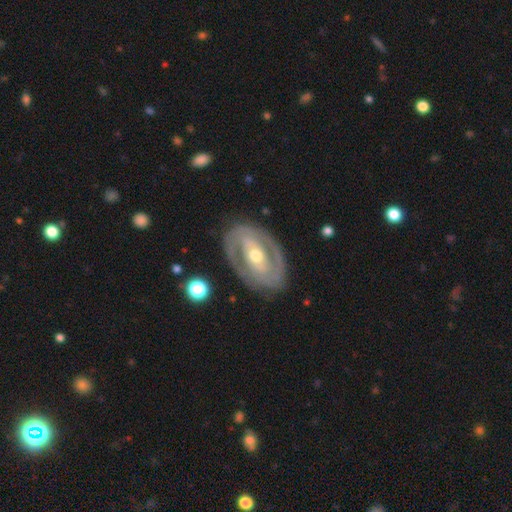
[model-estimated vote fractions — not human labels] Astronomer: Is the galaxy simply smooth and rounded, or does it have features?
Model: featured or disk — 83%.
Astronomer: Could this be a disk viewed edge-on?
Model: no — 95%.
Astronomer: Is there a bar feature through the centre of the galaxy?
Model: strong — 34%, tied with weak at 34%.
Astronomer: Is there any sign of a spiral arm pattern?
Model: yes — 75%.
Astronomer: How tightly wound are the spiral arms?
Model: tight — 55% (runner-up: medium, 34%).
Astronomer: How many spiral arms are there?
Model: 2 — 78%.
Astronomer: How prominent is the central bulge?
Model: moderate — 66%.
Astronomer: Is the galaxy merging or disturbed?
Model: none — 81%.